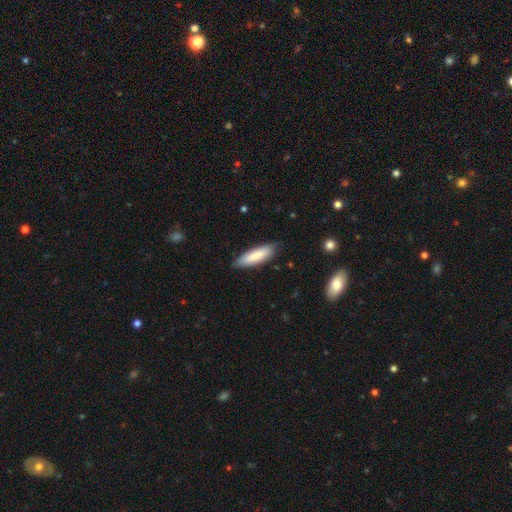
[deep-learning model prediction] Morphology: type=smooth (83%); roundness=cigar-shaped (57%); merging=none (83%).